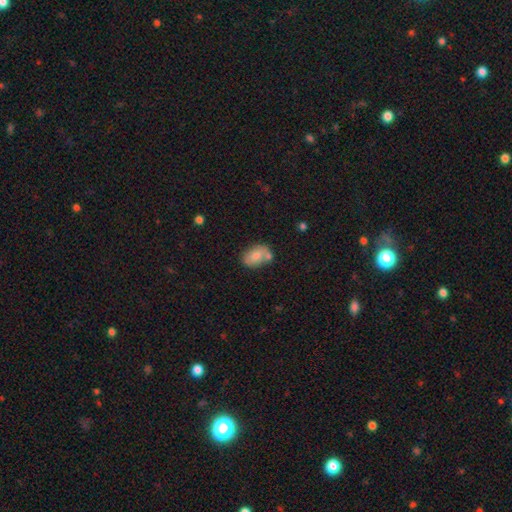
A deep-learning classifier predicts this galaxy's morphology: This appears to be a smooth galaxy with no disk features (71%) that is in between round and cigar-shaped (86%). Merging: none (52%).